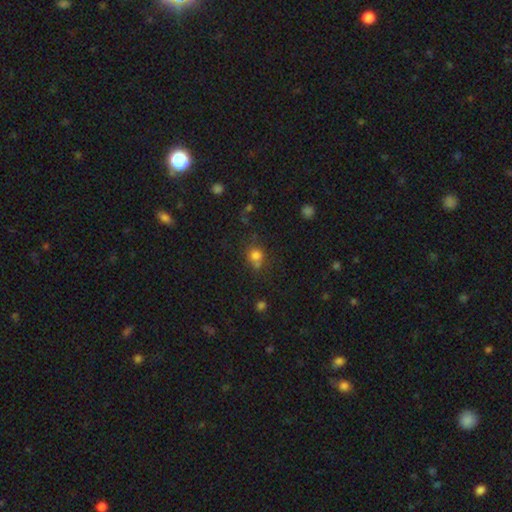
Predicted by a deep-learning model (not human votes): Smooth or featured? Predicted: smooth (p=0.77). How rounded? Predicted: round (p=0.83). Merging? Predicted: none (p=0.55).